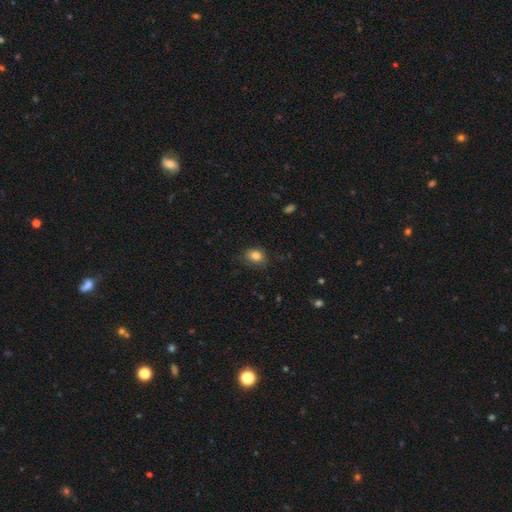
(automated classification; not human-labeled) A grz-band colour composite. It shows a smooth galaxy with no disk features (82%) that is in between round and cigar-shaped (54%). Merging: none (76%).